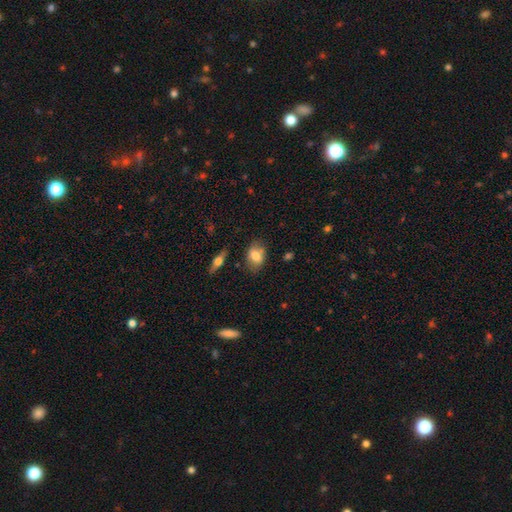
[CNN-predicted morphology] This is likely a smooth galaxy (73%). How rounded: likely in between (77%). Merging: likely none (71%).